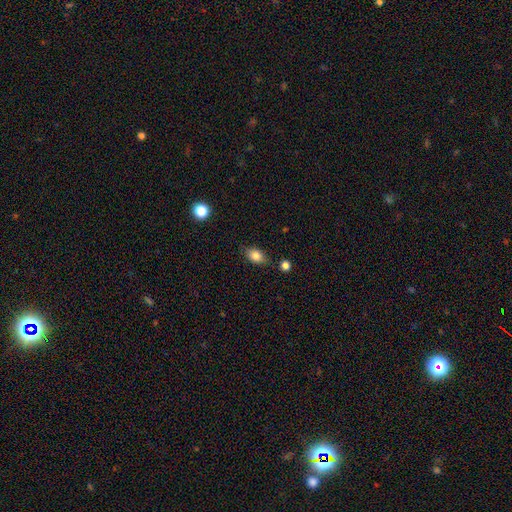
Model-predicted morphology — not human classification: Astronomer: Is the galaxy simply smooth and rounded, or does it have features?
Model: smooth — 82%.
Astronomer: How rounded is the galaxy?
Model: in between — 79%.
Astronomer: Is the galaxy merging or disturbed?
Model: none — 80%.